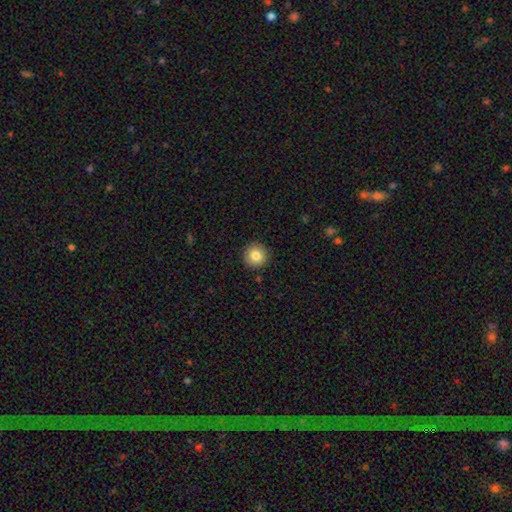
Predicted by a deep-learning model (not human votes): smooth 83%, star or artifact 9%, featured or disk 8%. Down the decision tree: how rounded — round (95%); merging — none (92%).